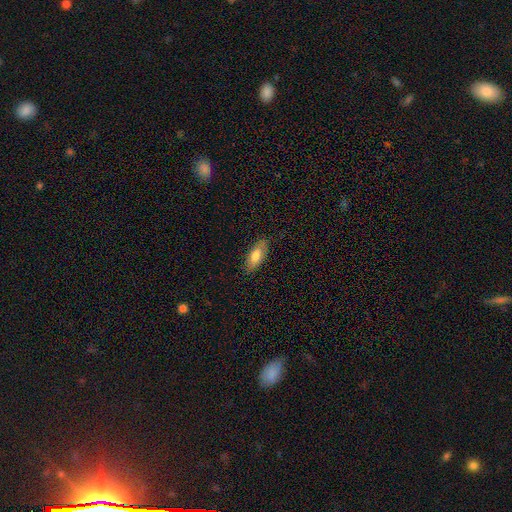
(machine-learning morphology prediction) type=smooth (73%); roundness=in between (81%); merging=none (86%).